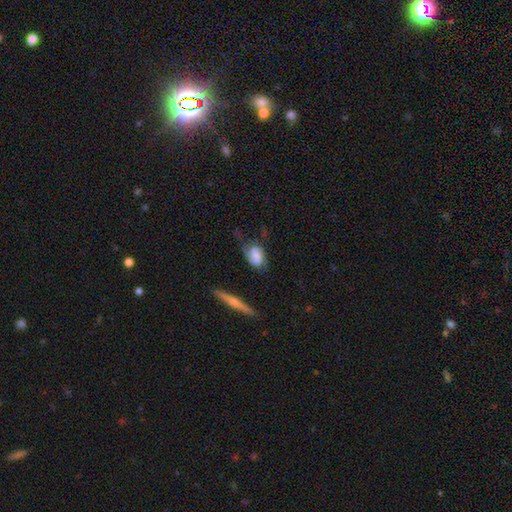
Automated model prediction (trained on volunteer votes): Smooth or featured? Predicted: smooth (p=0.55). How rounded? Predicted: in between (p=0.84). Merging? Predicted: none (p=0.45).